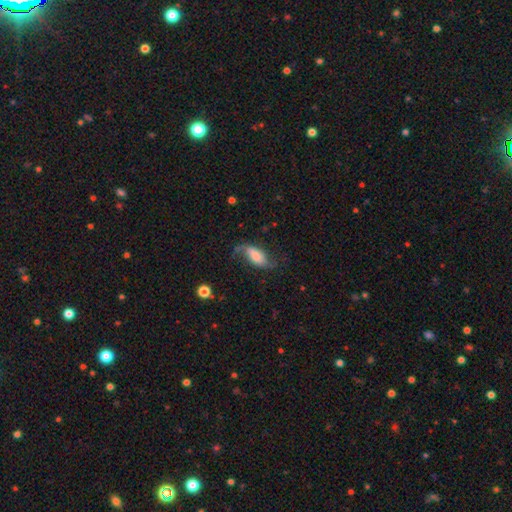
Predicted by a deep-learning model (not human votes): Overall: featured or disk (65%; smooth 27%). Edge-on disk: no (92%). Bar: no (44%; weak 35%). Spiral arms: yes (93%). Spiral arm count: 2 (87%). Spiral winding: loose (83%). Bulge size: large (24%, tied with moderate). Merging: none (58%; minor disturbance 22%).